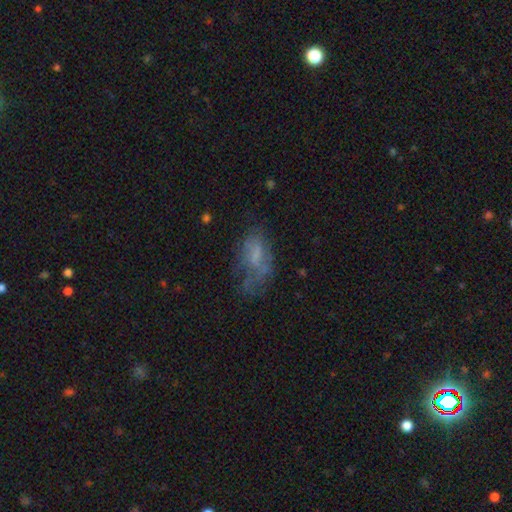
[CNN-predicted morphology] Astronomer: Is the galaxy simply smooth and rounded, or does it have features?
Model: smooth — 45% (runner-up: featured or disk, 41%).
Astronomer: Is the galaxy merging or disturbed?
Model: none — 38% (runner-up: major disturbance, 32%).